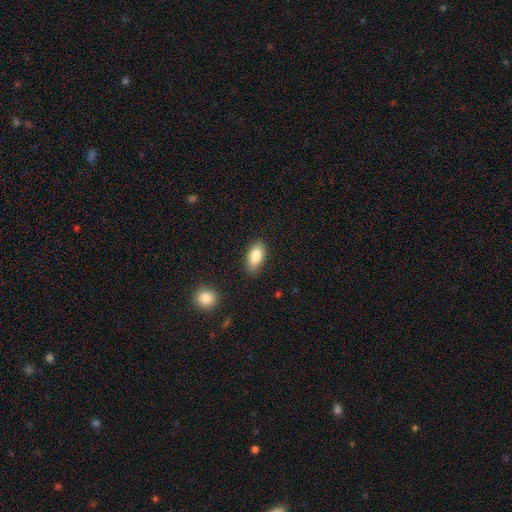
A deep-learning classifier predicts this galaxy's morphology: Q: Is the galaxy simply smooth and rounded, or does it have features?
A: smooth — 83%.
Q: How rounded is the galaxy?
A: in between — 90%.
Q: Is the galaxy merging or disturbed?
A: none — 84%.